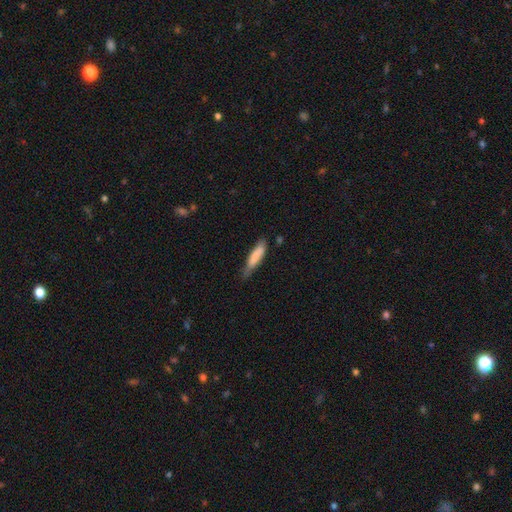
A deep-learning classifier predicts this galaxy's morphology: The model was most divided on "merging": none: 58%, minor disturbance: 32%, major disturbance: 7%, merger: 3%. More confident: smooth or featured — smooth (79%); how rounded — cigar-shaped (76%).